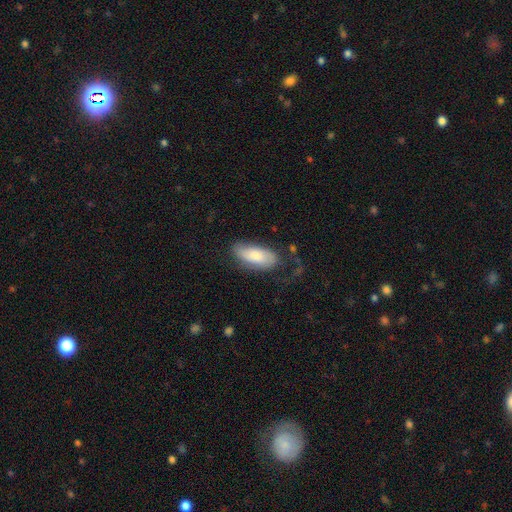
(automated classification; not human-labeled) This appears to be a smooth galaxy with no disk features (71%) that is in between round and cigar-shaped (86%). Merging: none (51%).